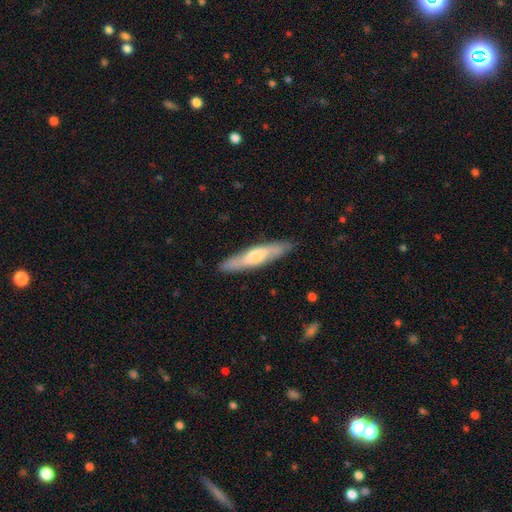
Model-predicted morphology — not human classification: A smooth galaxy with no disk features (49%). Merging: none (85%).